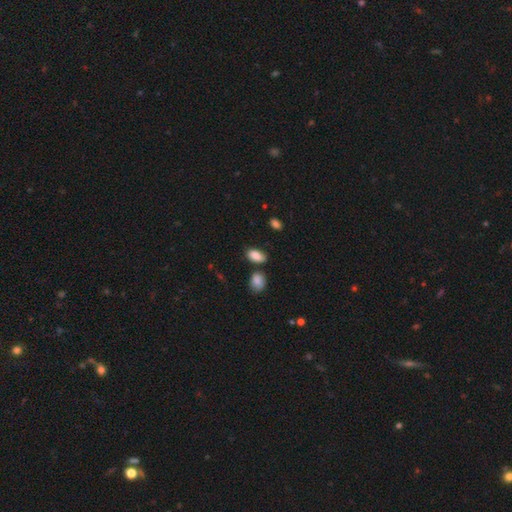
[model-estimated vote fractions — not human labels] This appears to be a smooth galaxy with no disk features (87%) that is in between round and cigar-shaped (91%). Merging: none (68%).